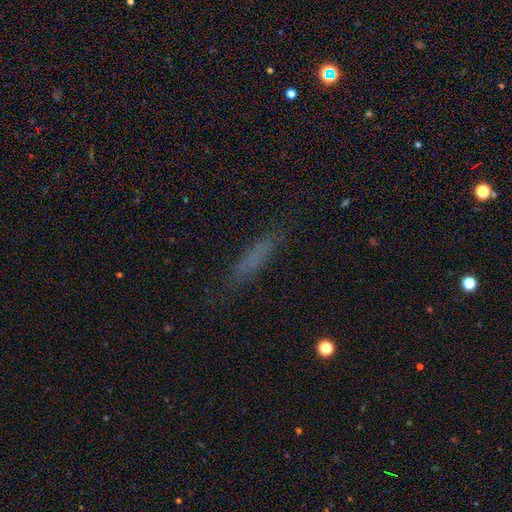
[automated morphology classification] Q: Smooth or featured?
A: smooth (57%); runner-up: featured or disk (26%)
Q: How rounded?
A: cigar-shaped (87%); runner-up: in between (10%)
Q: Merging?
A: none (81%); runner-up: minor disturbance (13%)